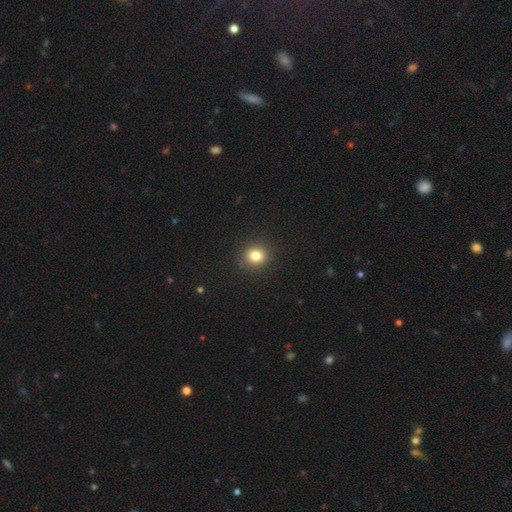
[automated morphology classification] smooth_or_featured: smooth (p=0.81) [alt: star or artifact p=0.12]
how_rounded: round (p=0.84) [alt: in between p=0.16]
merging: none (p=0.90) [alt: minor disturbance p=0.07]